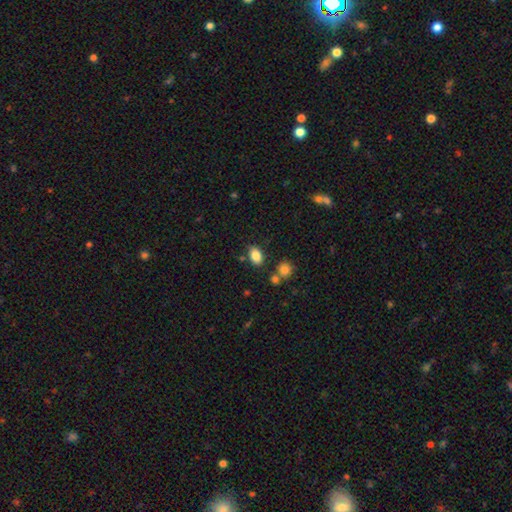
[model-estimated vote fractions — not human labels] Smooth or featured: smooth — 85% (star or artifact — 9%)
How rounded: in between — 85% (round — 14%)
Merging: none — 76% (minor disturbance — 14%)